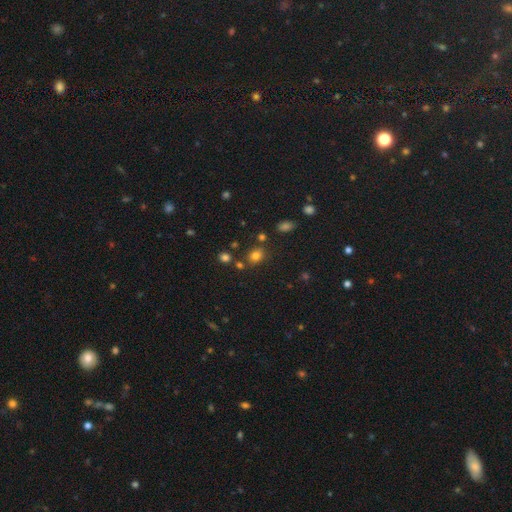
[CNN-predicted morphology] Smooth or featured?
  - smooth: 77% *
  - star or artifact: 16%
  - featured or disk: 8%
How rounded?
  - round: 51% *
  - in between: 48%
  - cigar-shaped: 1%
Merging?
  - none: 75% *
  - minor disturbance: 12%
  - merger: 9%
  - major disturbance: 4%